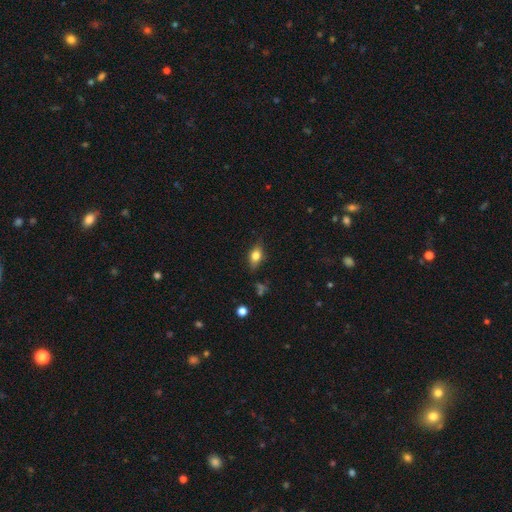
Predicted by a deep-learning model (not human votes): Smooth or featured? Predicted: smooth (p=0.69). How rounded? Predicted: in between (p=0.78). Merging? Predicted: none (p=0.77).